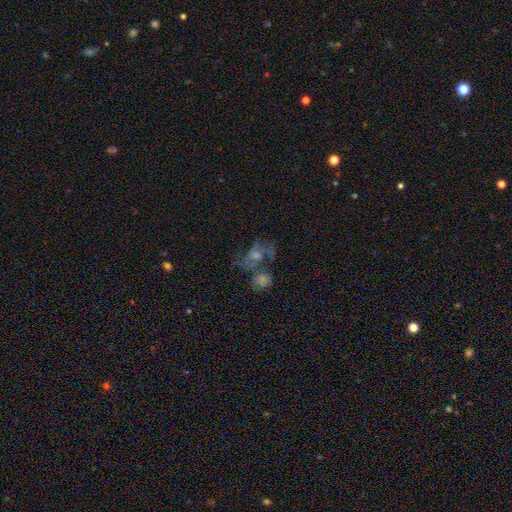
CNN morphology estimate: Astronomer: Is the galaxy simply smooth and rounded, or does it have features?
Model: featured or disk — 55%.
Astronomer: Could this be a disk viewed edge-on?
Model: no — 96%.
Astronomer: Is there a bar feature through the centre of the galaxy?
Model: no — 63%.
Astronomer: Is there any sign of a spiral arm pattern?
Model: yes — 67%.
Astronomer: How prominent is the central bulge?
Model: moderate — 43% (runner-up: small, 31%).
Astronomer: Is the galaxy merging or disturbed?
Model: merger — 33% (runner-up: none, 32%).